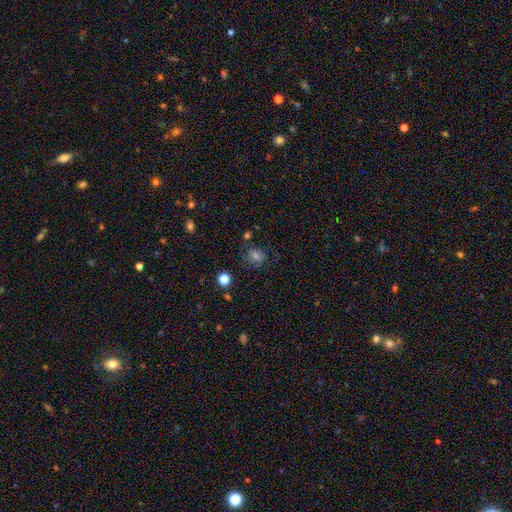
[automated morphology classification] type=smooth (54%); roundness=round (55%); merging=none (72%).